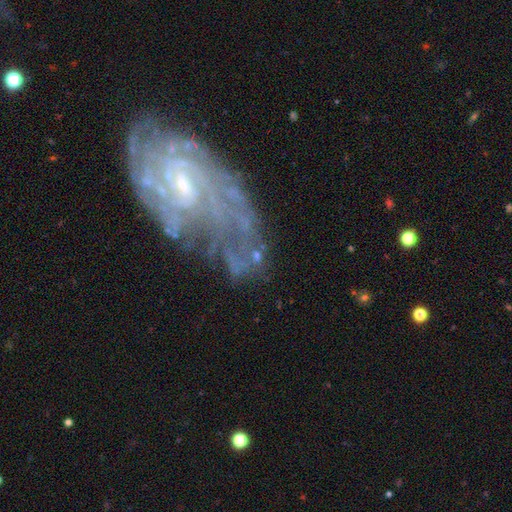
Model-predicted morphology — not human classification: A featured or disk galaxy (69%) with no bar (50%), spiral arms (77%) and a small central bulge (55%). Merging: none (50%).